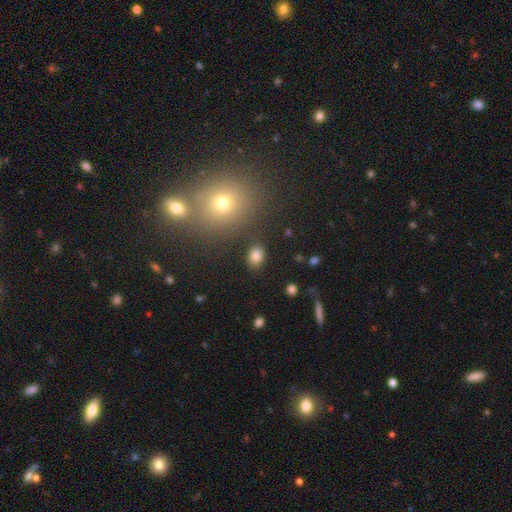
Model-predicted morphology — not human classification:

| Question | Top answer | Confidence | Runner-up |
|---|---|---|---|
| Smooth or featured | smooth | 82% | star or artifact (11%) |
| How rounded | in between | 71% | round (28%) |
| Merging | none | 84% | minor disturbance (9%) |